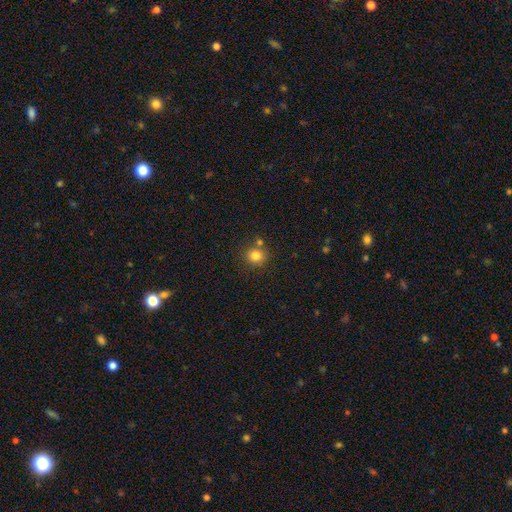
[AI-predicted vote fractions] The model was most divided on "merging": none: 74%, merger: 13%, minor disturbance: 10%, major disturbance: 3%. More confident: how rounded — round (88%); smooth or featured — smooth (81%).